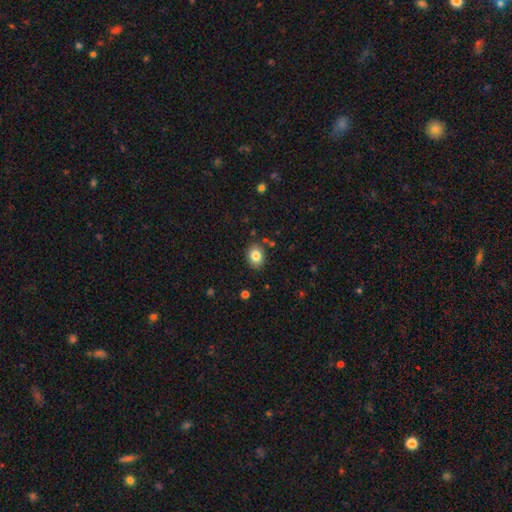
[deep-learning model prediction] smooth_or_featured: smooth (p=0.83) [alt: star or artifact p=0.10]
how_rounded: round (p=0.51) [alt: in between p=0.48]
merging: none (p=0.84) [alt: minor disturbance p=0.10]